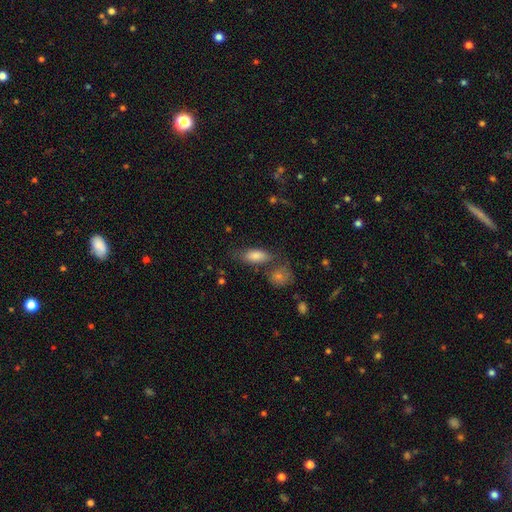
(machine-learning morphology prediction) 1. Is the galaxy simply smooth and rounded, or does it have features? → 81% smooth, 11% featured or disk, 8% star or artifact.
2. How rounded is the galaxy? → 80% in between, 16% cigar-shaped, 4% round.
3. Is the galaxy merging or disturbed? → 59% none, 17% minor disturbance, 17% merger, 7% major disturbance.